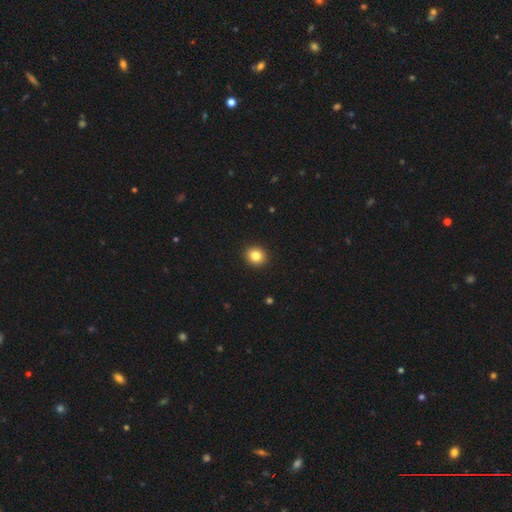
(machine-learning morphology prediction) Smooth or featured?
  - smooth: 84% *
  - star or artifact: 11%
  - featured or disk: 6%
How rounded?
  - round: 87% *
  - in between: 12%
  - cigar-shaped: 1%
Merging?
  - none: 93% *
  - minor disturbance: 5%
  - major disturbance: 2%
  - merger: 1%